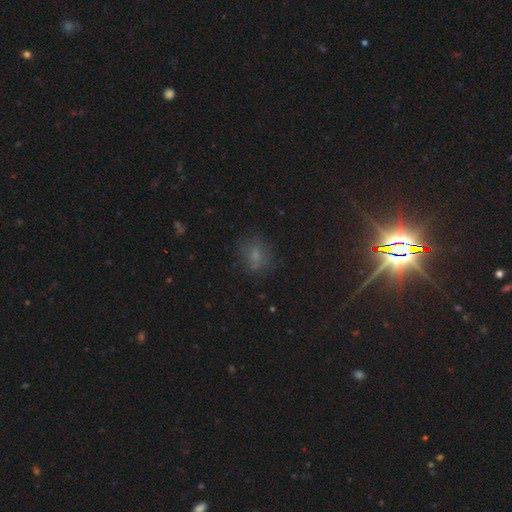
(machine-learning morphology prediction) This is likely a smooth galaxy (62%). How rounded: likely round (60%). Merging: likely none (71%).